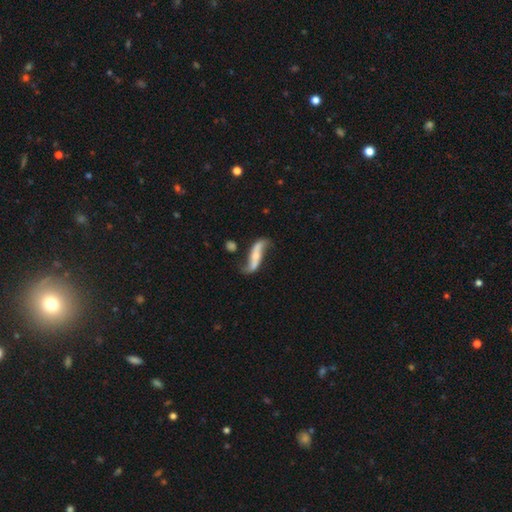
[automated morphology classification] Overall: featured or disk (79%). Edge-on disk: no (86%). Bar: no (45%; strong 30%). Spiral arms: yes (91%). Spiral arm count: 2 (91%). Spiral winding: loose (90%). Bulge size: small (55%; moderate 26%). Merging: none (62%).